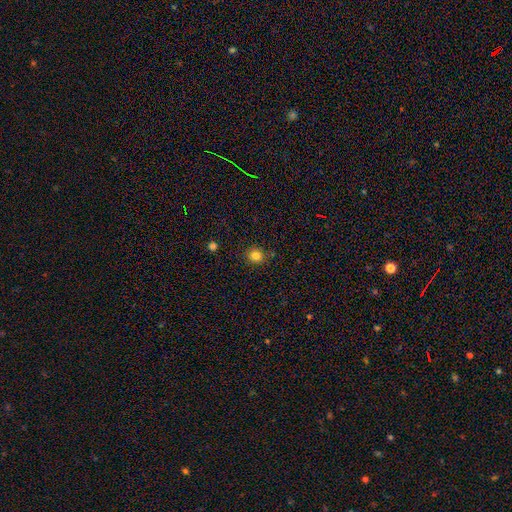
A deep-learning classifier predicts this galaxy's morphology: This appears to be a smooth galaxy with no disk features (82%) that is round (85%). Merging: none (86%).